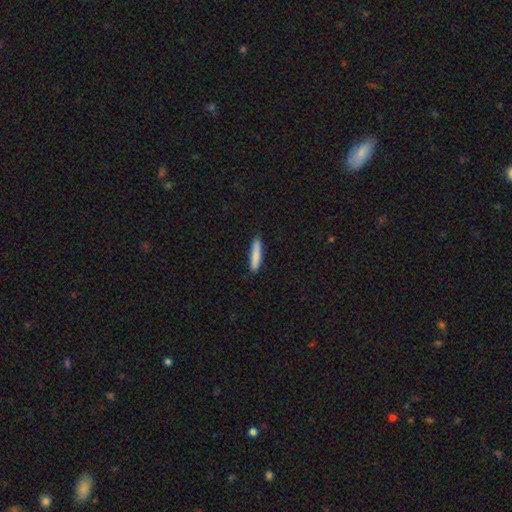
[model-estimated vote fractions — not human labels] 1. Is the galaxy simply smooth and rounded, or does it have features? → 85% smooth, 9% featured or disk, 6% star or artifact.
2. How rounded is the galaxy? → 87% cigar-shaped, 12% in between, 1% round.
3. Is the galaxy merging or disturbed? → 89% none, 8% minor disturbance, 2% major disturbance, 1% merger.